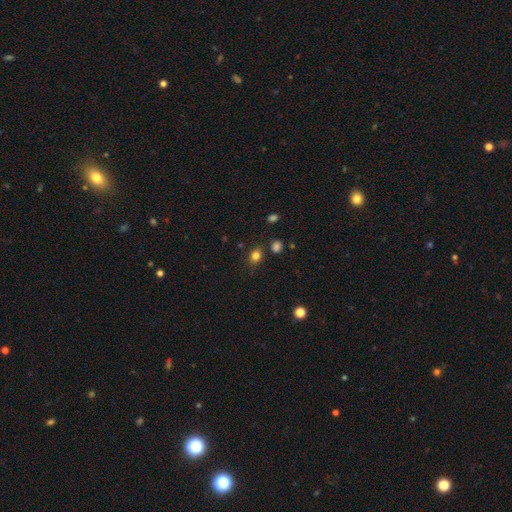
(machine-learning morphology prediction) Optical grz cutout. It shows a smooth galaxy with no disk features (80%) that is round (53%). Merging: none (81%).